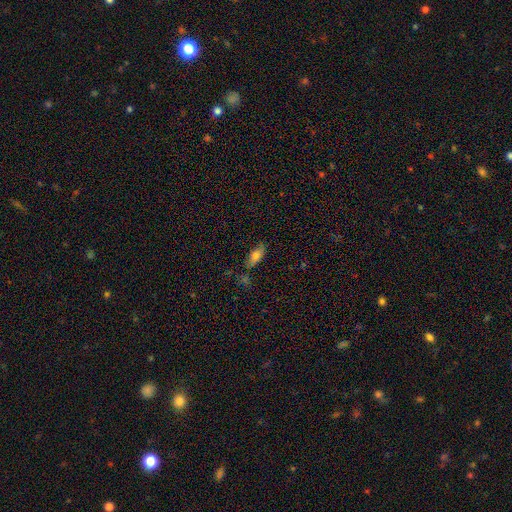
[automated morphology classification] smooth_or_featured: smooth (p=0.72) [alt: featured or disk p=0.19]
how_rounded: in between (p=0.77) [alt: cigar-shaped p=0.19]
merging: none (p=0.69) [alt: minor disturbance p=0.19]